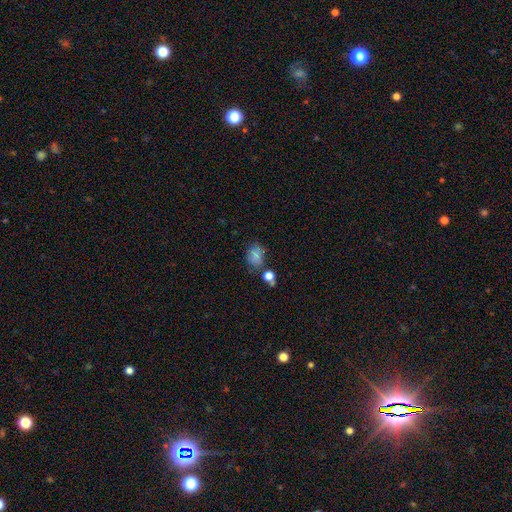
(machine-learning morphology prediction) Smooth or featured: smooth — 78% (star or artifact — 14%)
How rounded: in between — 51% (round — 48%)
Merging: none — 60% (minor disturbance — 20%)